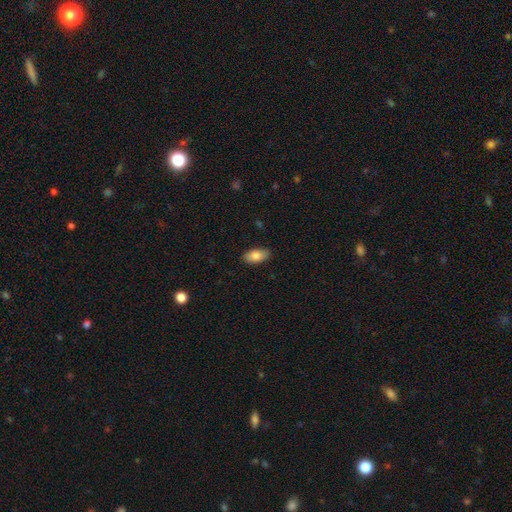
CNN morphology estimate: A smooth galaxy with no disk features (84%) that is in between round and cigar-shaped (93%).

Vote fractions:
- Smooth or featured? smooth: 84% / featured or disk: 9% / star or artifact: 7%
- How rounded? in between: 93% / cigar-shaped: 5% / round: 3%
- Merging? none: 88% / minor disturbance: 9% / major disturbance: 2% / merger: 1%